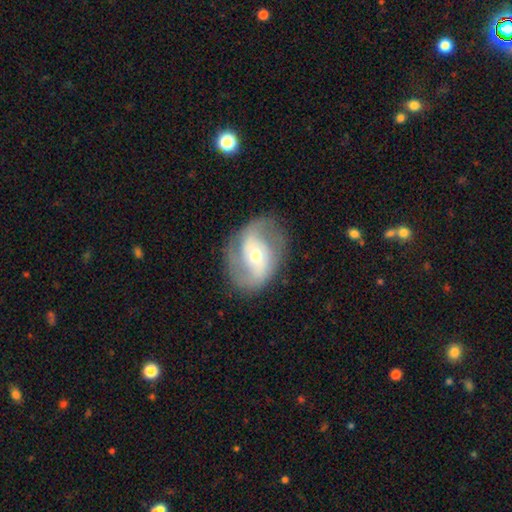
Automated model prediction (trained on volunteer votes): A featured or disk galaxy (78%) with no bar (45%), 2 (82%) medium (47%) spiral arms (89%) and a moderate central bulge (55%).

Vote fractions:
- Smooth or featured? featured or disk: 78% / smooth: 16% / star or artifact: 6%
- Edge-on disk? no: 96% / yes: 4%
- Bar? no: 45% / weak: 37% / strong: 18%
- Spiral arms? yes: 89% / no: 11%
- Spiral winding? medium: 47% / loose: 28% / tight: 25%
- Spiral arm count? 2: 82% / can't tell: 9% / 3: 3% / 1: 3% / 4: 1% / more than 4: 1%
- Bulge size? moderate: 55% / small: 39% / large: 4% / dominant: 1% / none: 1%
- Merging? none: 74% / minor disturbance: 16% / major disturbance: 9% / merger: 1%